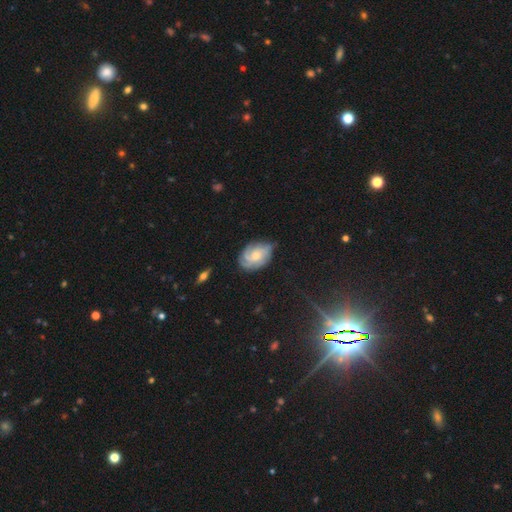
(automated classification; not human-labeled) Overall: featured or disk (70%). Edge-on disk: no (97%). Bar: no (72%). Spiral arms: yes (93%). Spiral arm count: 3 (31%, tied with can't tell). Spiral winding: tight (56%; medium 33%). Bulge size: moderate (49%; small 43%). Merging: none (69%).